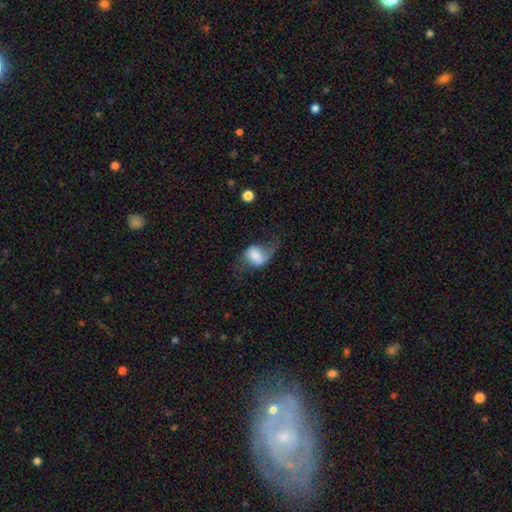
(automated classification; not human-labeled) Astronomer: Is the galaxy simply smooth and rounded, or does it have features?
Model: smooth — 51% (runner-up: featured or disk, 40%).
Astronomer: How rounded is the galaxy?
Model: in between — 73%.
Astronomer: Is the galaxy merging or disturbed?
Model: major disturbance — 42% (runner-up: none, 29%).